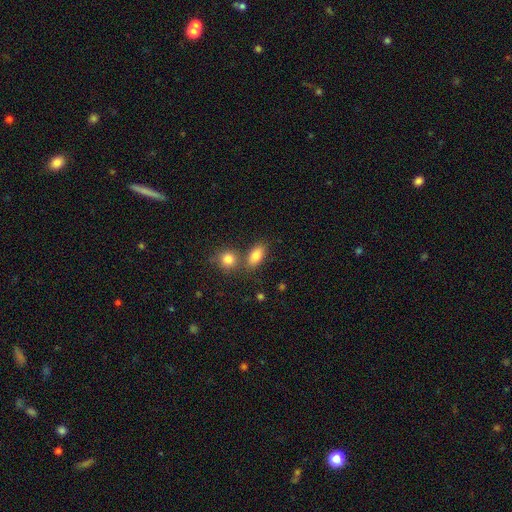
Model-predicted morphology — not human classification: Overall: smooth (84%). How rounded: in between (85%). Merging: none (62%; merger 23%).